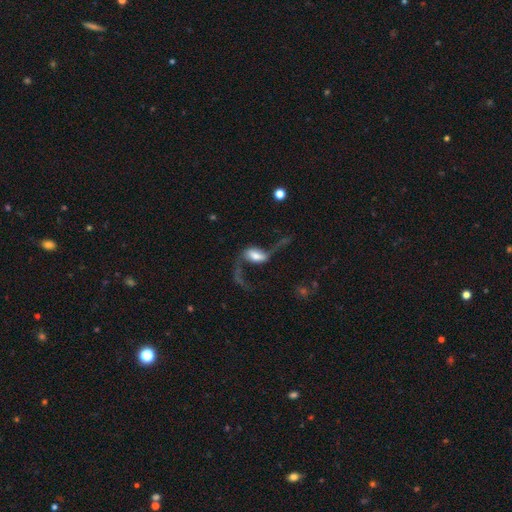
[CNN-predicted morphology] A featured or disk galaxy (72%) with a weak bar (38%), 2 (86%) loose (93%) spiral arms (87%) and a moderate central bulge (34%).

Vote fractions:
- Smooth or featured? featured or disk: 72% / smooth: 20% / star or artifact: 7%
- Edge-on disk? no: 92% / yes: 8%
- Bar? weak: 38% / no: 32% / strong: 30%
- Spiral arms? yes: 87% / no: 13%
- Spiral winding? loose: 93% / medium: 5% / tight: 2%
- Spiral arm count? 2: 86% / 1: 10% / can't tell: 2% / 3: 1% / 4: 1% / more than 4: 1%
- Bulge size? moderate: 34% / large: 29% / small: 18% / dominant: 10% / none: 8%
- Merging? major disturbance: 40% / none: 37% / minor disturbance: 14% / merger: 8%